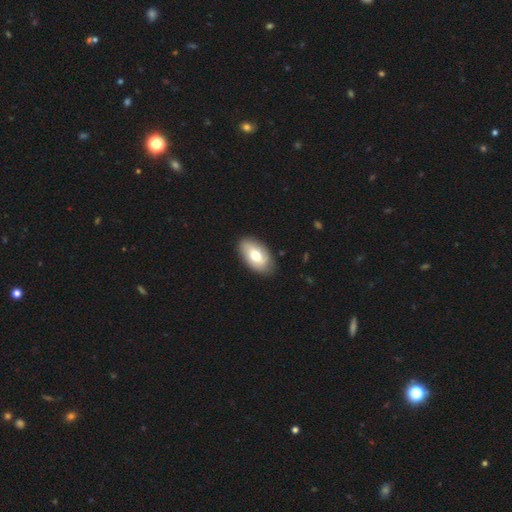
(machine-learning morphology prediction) Smooth or featured?
  - smooth: 68% *
  - featured or disk: 26%
  - star or artifact: 6%
How rounded?
  - in between: 94% *
  - round: 4%
  - cigar-shaped: 2%
Merging?
  - none: 86% *
  - minor disturbance: 10%
  - major disturbance: 2%
  - merger: 1%